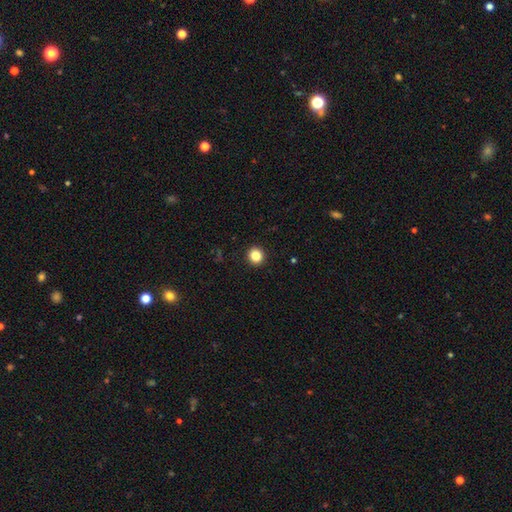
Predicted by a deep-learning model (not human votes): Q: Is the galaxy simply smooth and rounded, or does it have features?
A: smooth — 86%.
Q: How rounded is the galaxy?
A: round — 88%.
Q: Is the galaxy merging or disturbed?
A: none — 93%.